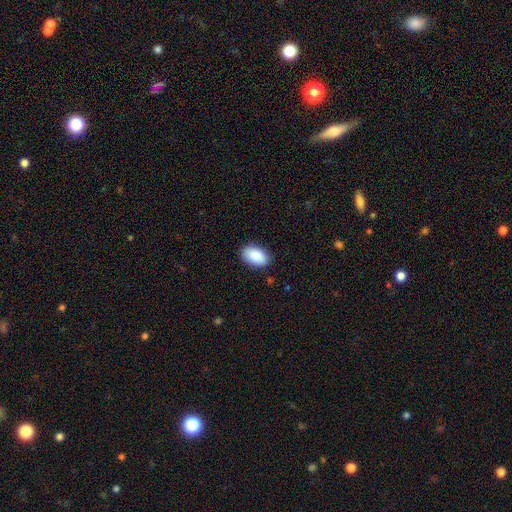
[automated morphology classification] Overall: smooth (89%). How rounded: in between (92%). Merging: none (87%).